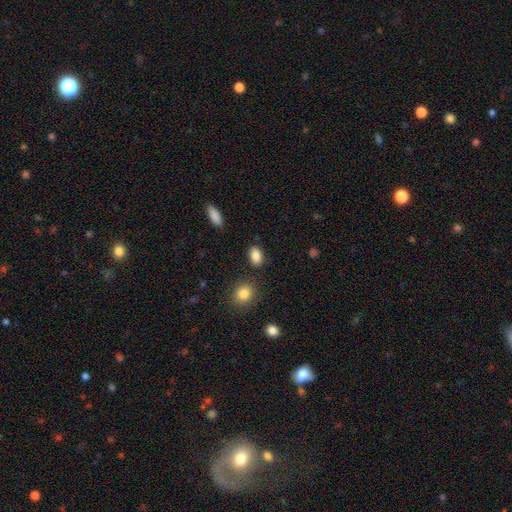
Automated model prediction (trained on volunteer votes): This is clearly a smooth galaxy (87%). How rounded: clearly in between (86%). Merging: clearly none (85%).